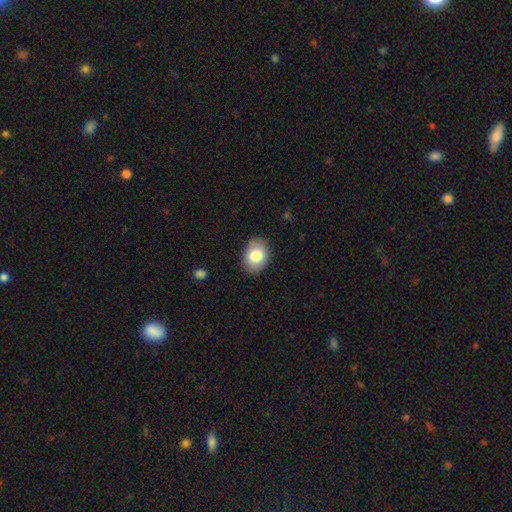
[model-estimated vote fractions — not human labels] Smooth or featured? Predicted: smooth (p=0.82). How rounded? Predicted: in between (p=0.72). Merging? Predicted: none (p=0.87).